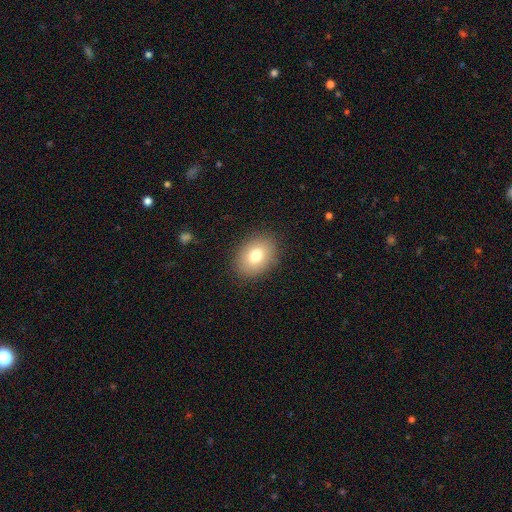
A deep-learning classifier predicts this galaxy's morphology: This is likely a smooth galaxy (78%). How rounded: likely in between (70%). Merging: clearly none (87%).